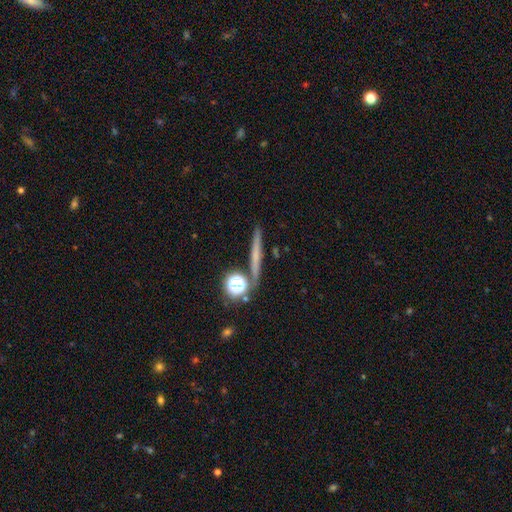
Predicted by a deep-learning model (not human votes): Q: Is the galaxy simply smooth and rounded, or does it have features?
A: smooth — 44%.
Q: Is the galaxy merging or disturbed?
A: none — 85%.